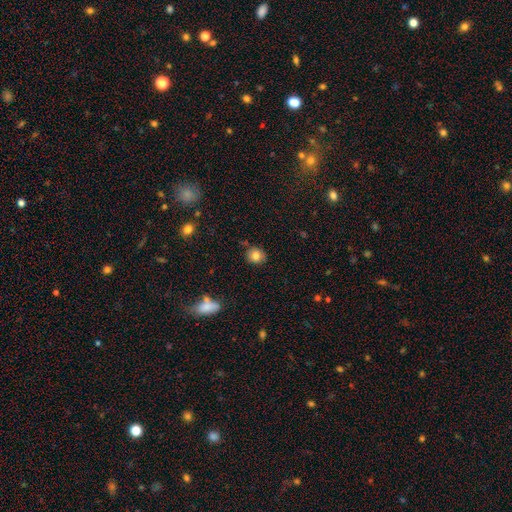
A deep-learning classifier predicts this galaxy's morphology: smooth 81%, star or artifact 11%, featured or disk 9%. Down the decision tree: how rounded — round (77%); merging — none (79%).